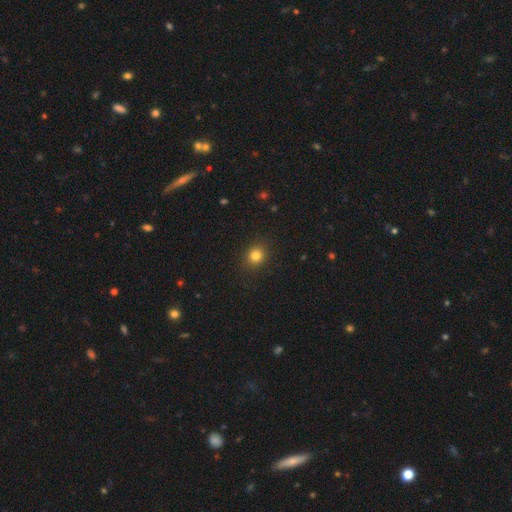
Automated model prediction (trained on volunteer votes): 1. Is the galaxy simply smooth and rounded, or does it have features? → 82% smooth, 13% star or artifact, 6% featured or disk.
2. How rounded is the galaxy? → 77% round, 22% in between, 1% cigar-shaped.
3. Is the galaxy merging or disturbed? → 89% none, 7% minor disturbance, 2% major disturbance, 1% merger.